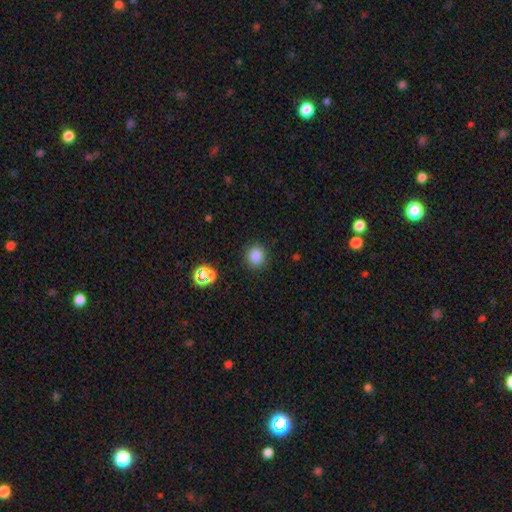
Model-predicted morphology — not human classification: smooth_or_featured: smooth (p=0.82) [alt: star or artifact p=0.13]
how_rounded: round (p=0.86) [alt: in between p=0.13]
merging: none (p=0.89) [alt: minor disturbance p=0.07]